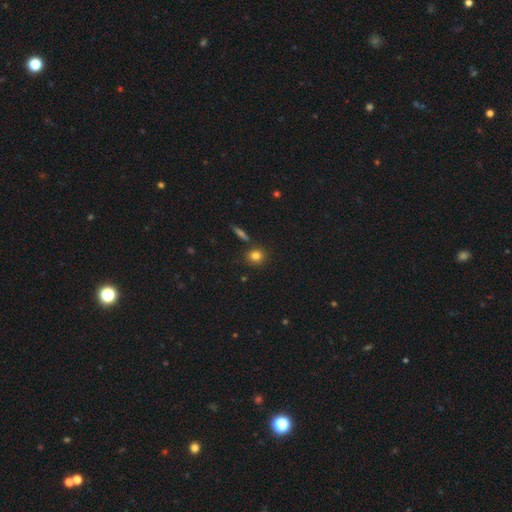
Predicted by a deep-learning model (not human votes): Smooth or featured? smooth (81%)
How rounded? round (80%)
Merging? none (82%)